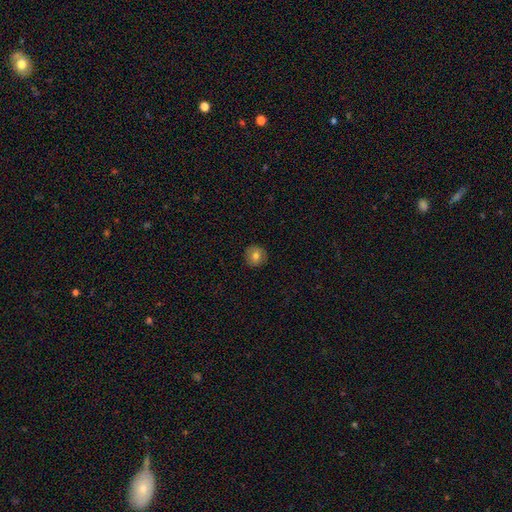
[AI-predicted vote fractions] smooth_or_featured: smooth (p=0.75) [alt: featured or disk p=0.15]
how_rounded: round (p=0.92) [alt: in between p=0.07]
merging: none (p=0.89) [alt: minor disturbance p=0.08]